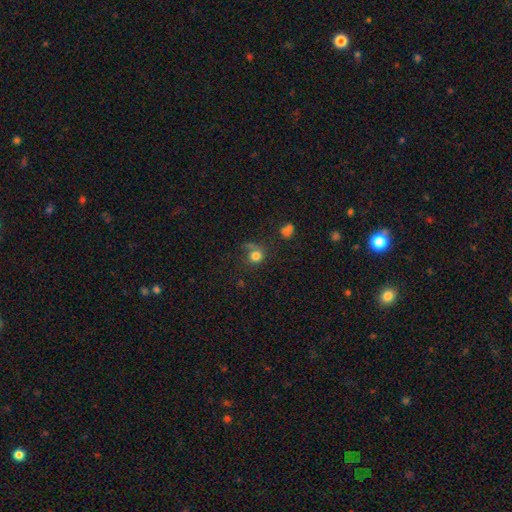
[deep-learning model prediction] This is likely a smooth galaxy (78%). How rounded: likely round (79%). Merging: possibly none (55%).